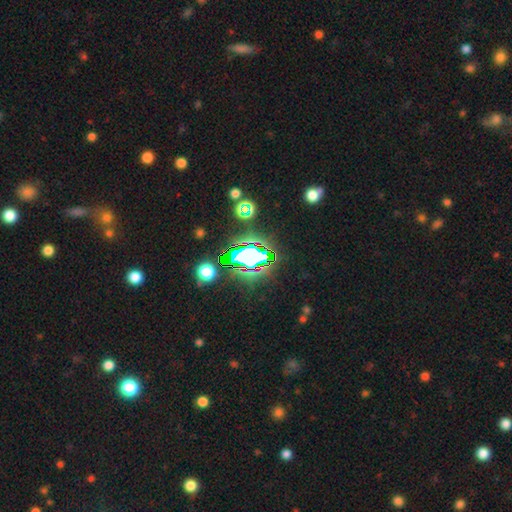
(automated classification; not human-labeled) This appears to be a star or artifact, not a galaxy (69%).